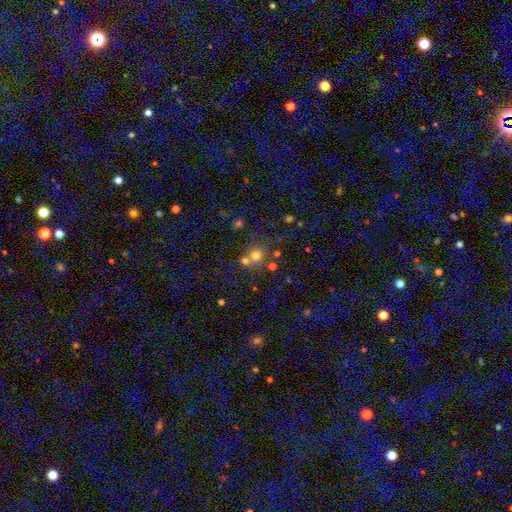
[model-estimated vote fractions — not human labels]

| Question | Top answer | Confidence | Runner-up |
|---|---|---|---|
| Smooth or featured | smooth | 71% | star or artifact (18%) |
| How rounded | round | 84% | in between (15%) |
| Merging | none | 54% | merger (34%) |